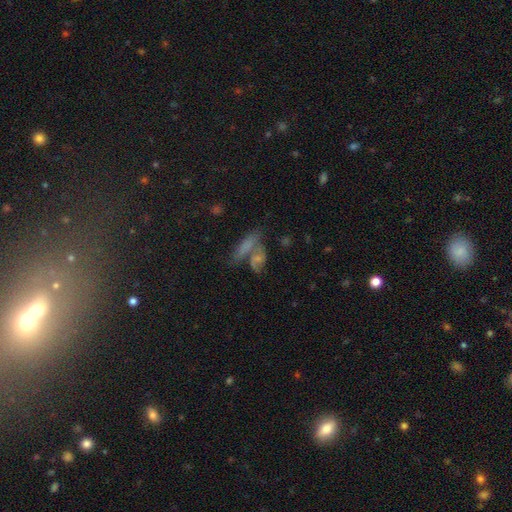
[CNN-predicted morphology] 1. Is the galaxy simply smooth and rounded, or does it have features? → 44% smooth, 37% featured or disk, 19% star or artifact.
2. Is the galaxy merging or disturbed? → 45% merger, 36% none, 11% minor disturbance, 8% major disturbance.